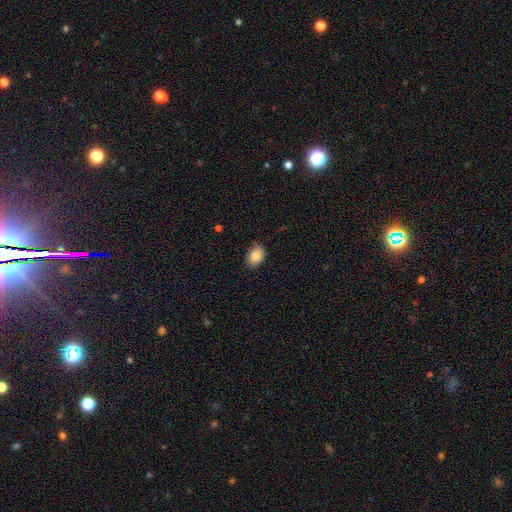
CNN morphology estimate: Overall: smooth (86%). How rounded: in between (78%). Merging: none (85%).